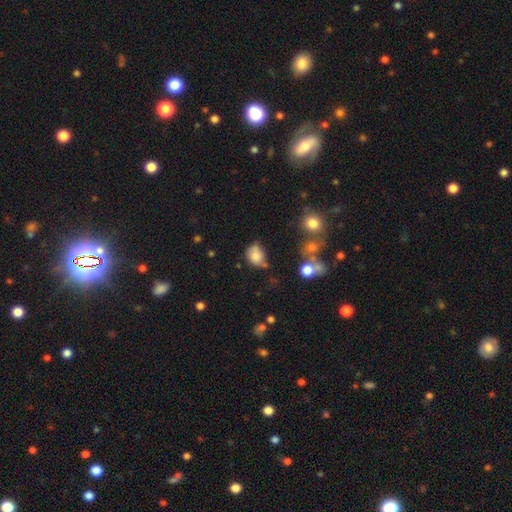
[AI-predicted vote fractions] smooth-or-featured: smooth: 74% | featured or disk: 16% | star or artifact: 10%
  how-rounded: in between: 55% | round: 43% | cigar-shaped: 1%
  merging: none: 39% | minor disturbance: 35% | major disturbance: 14% | merger: 12%